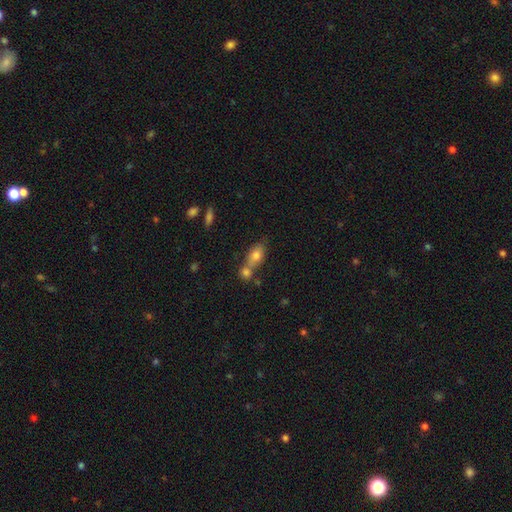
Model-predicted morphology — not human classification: Smooth or featured? smooth (76%)
How rounded? in between (78%)
Merging? merger (47%)